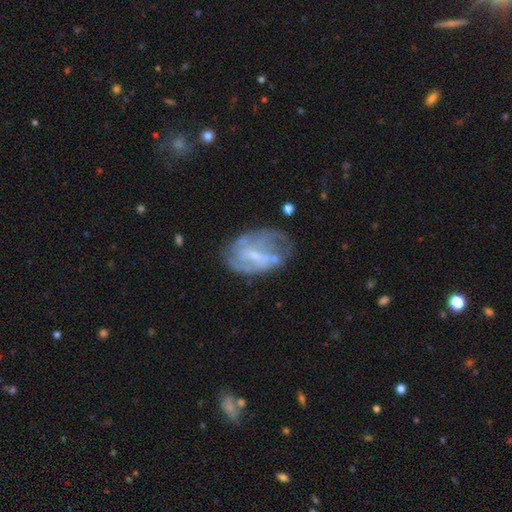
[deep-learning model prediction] Smooth or featured?
  - featured or disk: 75% *
  - smooth: 17%
  - star or artifact: 8%
Edge-on disk?
  - no: 97% *
  - yes: 3%
Bar?
  - weak: 51% *
  - no: 30%
  - strong: 20%
Spiral arms?
  - yes: 72% *
  - no: 28%
Spiral winding?
  - medium: 41% *
  - tight: 37%
  - loose: 23%
Spiral arm count?
  - can't tell: 41% *
  - 2: 35%
  - 3: 12%
  - 1: 5%
  - 4: 4%
  - more than 4: 3%
Bulge size?
  - small: 67% *
  - moderate: 24%
  - none: 7%
  - large: 1%
  - dominant: 1%
Merging?
  - none: 46% *
  - minor disturbance: 27%
  - major disturbance: 21%
  - merger: 6%